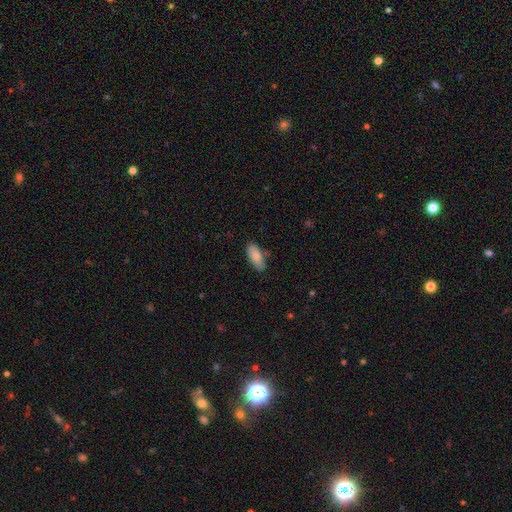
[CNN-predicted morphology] Q: Smooth or featured?
A: smooth (83%); runner-up: featured or disk (11%)
Q: How rounded?
A: in between (87%); runner-up: cigar-shaped (11%)
Q: Merging?
A: none (77%); runner-up: minor disturbance (17%)